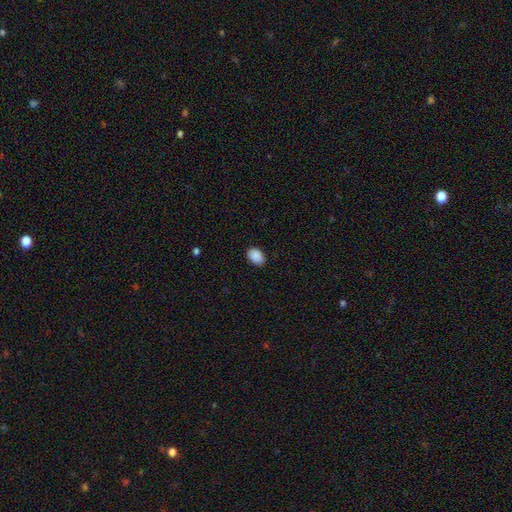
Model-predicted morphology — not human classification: Q: Smooth or featured?
A: smooth (90%); runner-up: star or artifact (7%)
Q: How rounded?
A: in between (83%); runner-up: round (16%)
Q: Merging?
A: none (89%); runner-up: minor disturbance (8%)